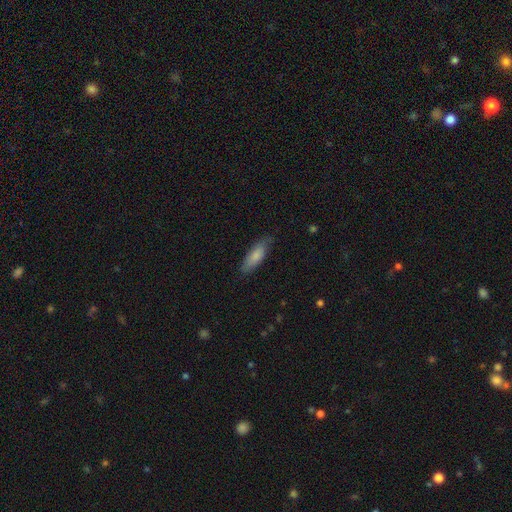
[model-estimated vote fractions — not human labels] This is clearly a smooth galaxy (80%). How rounded: possibly in between (51%). Merging: likely none (77%).